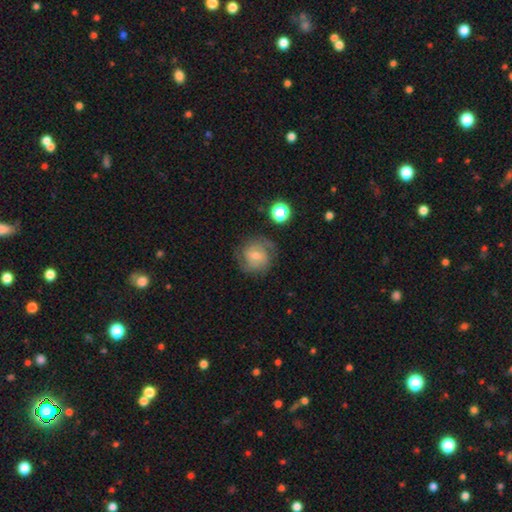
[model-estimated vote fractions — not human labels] A featured or disk galaxy (68%) with no bar (57%), 2 (45%) tight (47%) spiral arms (90%) and a small central bulge (53%).

Vote fractions:
- Smooth or featured? featured or disk: 68% / smooth: 22% / star or artifact: 10%
- Edge-on disk? no: 97% / yes: 3%
- Bar? no: 57% / weak: 34% / strong: 8%
- Spiral arms? yes: 90% / no: 10%
- Spiral winding? tight: 47% / medium: 41% / loose: 12%
- Spiral arm count? 2: 45% / can't tell: 26% / 3: 17% / 4: 4% / 1: 4% / more than 4: 3%
- Bulge size? small: 53% / moderate: 42% / large: 2% / none: 2% / dominant: 1%
- Merging? none: 75% / minor disturbance: 16% / major disturbance: 7% / merger: 2%